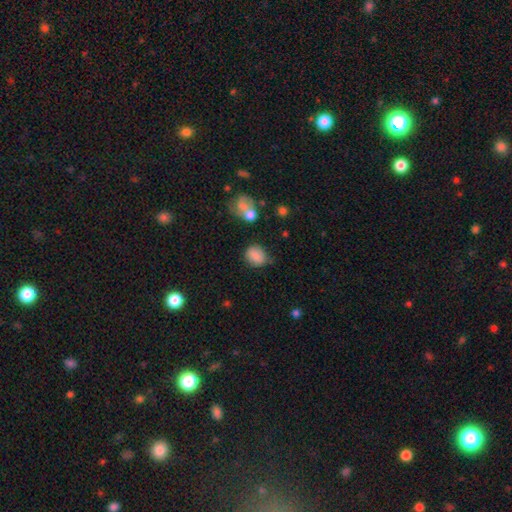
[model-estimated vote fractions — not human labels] Morphology: type=smooth (82%); roundness=round (58%); merging=none (68%).